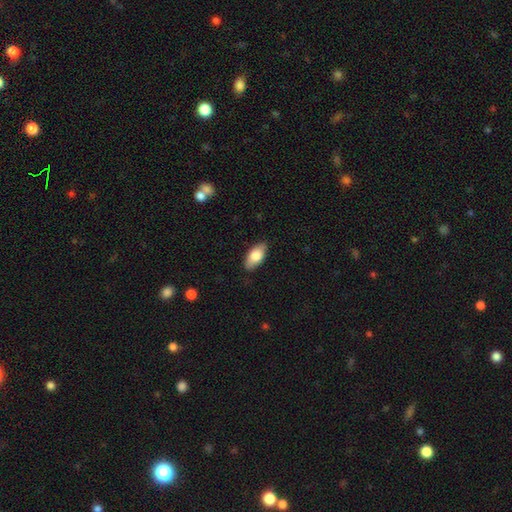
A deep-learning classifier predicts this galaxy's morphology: The model was most divided on "smooth or featured": smooth: 78%, featured or disk: 16%, star or artifact: 6%. More confident: how rounded — in between (91%); merging — none (84%).